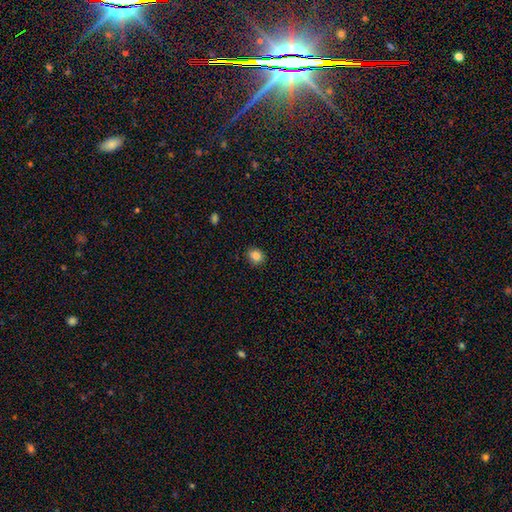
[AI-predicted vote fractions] This appears to be a smooth galaxy with no disk features (84%) that is round (73%). Merging: none (88%).